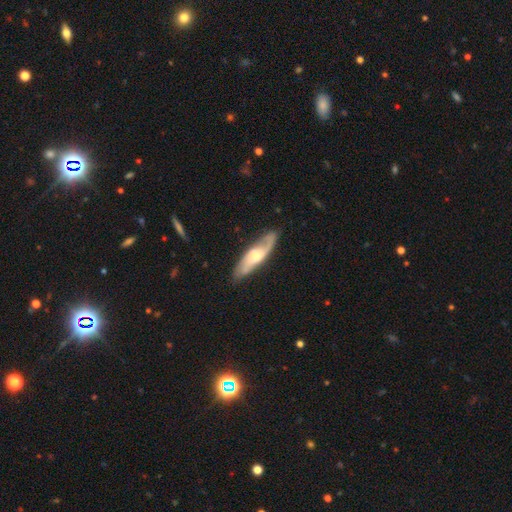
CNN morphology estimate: This is likely a featured or disk galaxy (64%). It is likely not viewed edge-on (68%). Merging: likely none (77%).